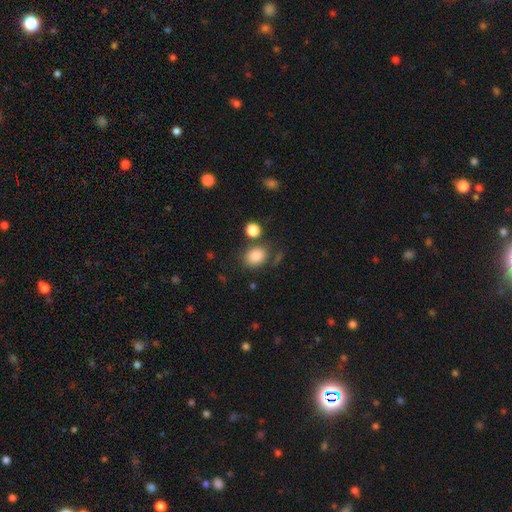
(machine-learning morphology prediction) This is clearly a smooth galaxy (85%). How rounded: possibly in between (52%). Merging: likely none (71%).